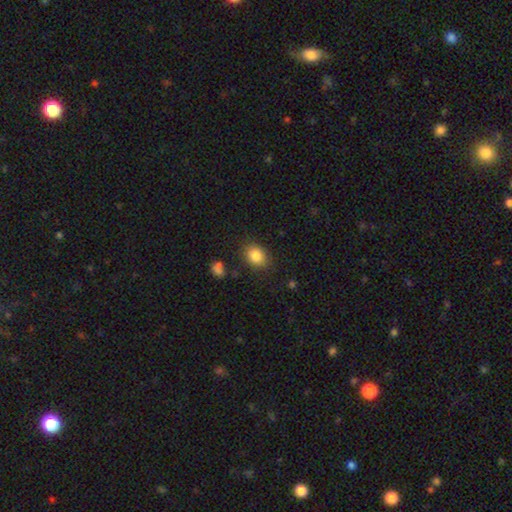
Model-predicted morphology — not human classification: Smooth or featured: smooth — 85% (star or artifact — 9%)
How rounded: in between — 56% (round — 43%)
Merging: none — 82% (minor disturbance — 13%)